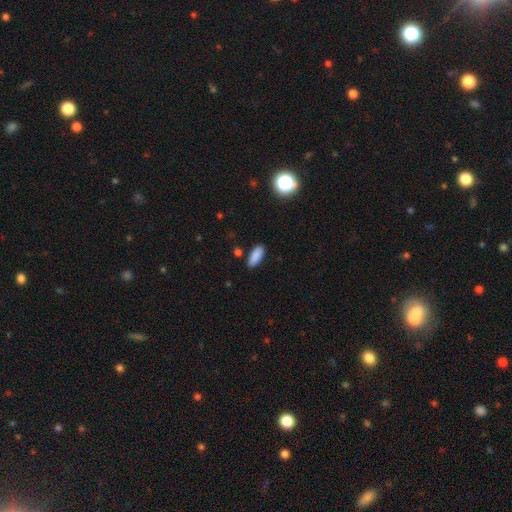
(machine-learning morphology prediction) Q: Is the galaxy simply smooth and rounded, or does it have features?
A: smooth — 87%.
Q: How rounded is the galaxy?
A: in between — 79%.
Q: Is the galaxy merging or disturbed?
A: none — 85%.